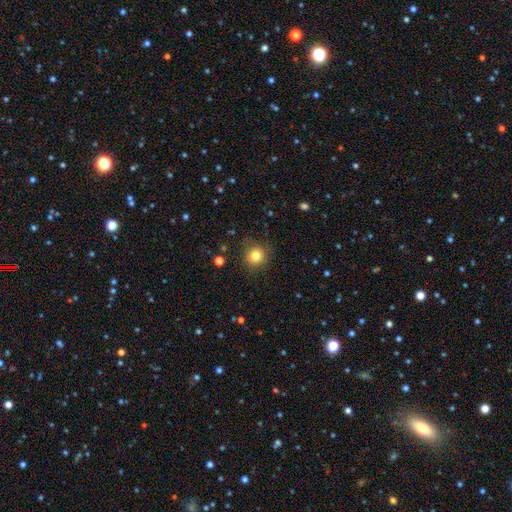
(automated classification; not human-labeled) Smooth or featured? smooth (81%)
How rounded? round (90%)
Merging? none (84%)